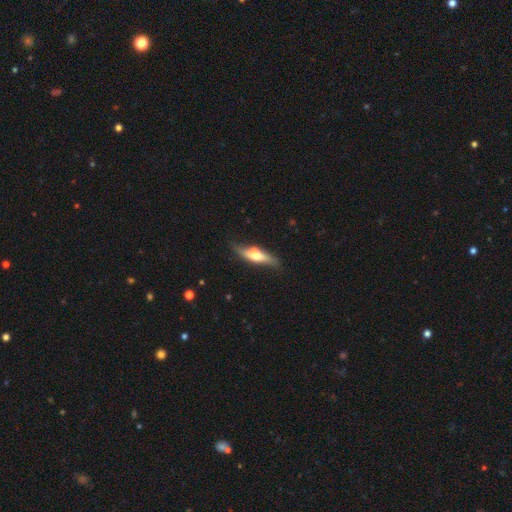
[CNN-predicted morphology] smooth_or_featured: featured or disk (p=0.56) [alt: smooth p=0.38]
disk_edge_on: yes (p=0.69) [alt: no p=0.31]
merging: none (p=0.56) [alt: minor disturbance p=0.18]